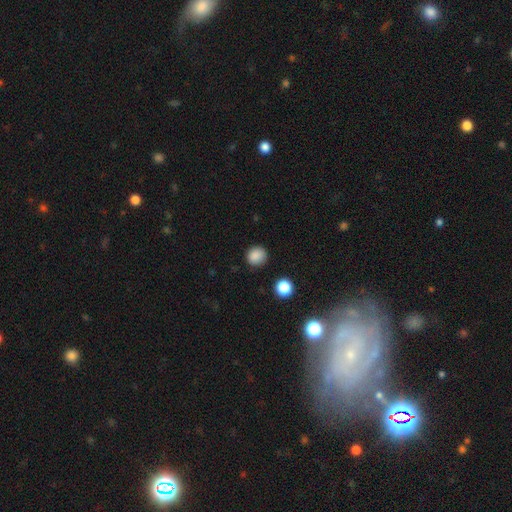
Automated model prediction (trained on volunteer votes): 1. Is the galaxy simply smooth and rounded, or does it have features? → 87% smooth, 10% star or artifact, 3% featured or disk.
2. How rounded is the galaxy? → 88% round, 11% in between, 1% cigar-shaped.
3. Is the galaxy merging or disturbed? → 87% none, 9% minor disturbance, 3% major disturbance, 2% merger.